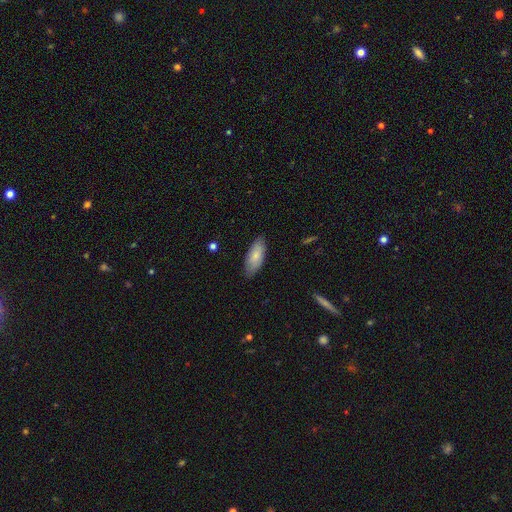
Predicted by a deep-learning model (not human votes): A smooth galaxy with no disk features (79%) that is in between round and cigar-shaped (80%). Merging: none (83%).